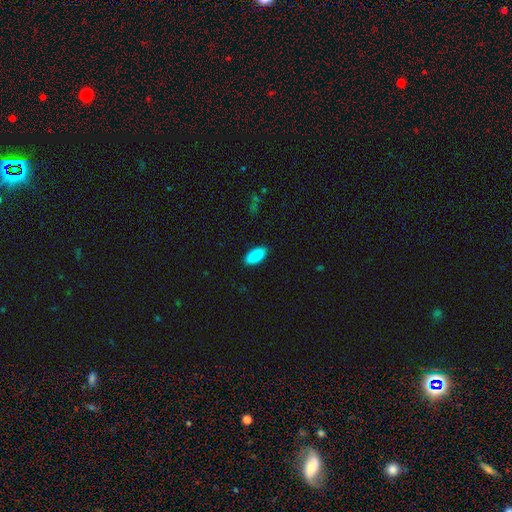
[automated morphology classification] smooth_or_featured: smooth (p=0.91) [alt: star or artifact p=0.06]
how_rounded: in between (p=0.92) [alt: cigar-shaped p=0.06]
merging: none (p=0.89) [alt: minor disturbance p=0.08]